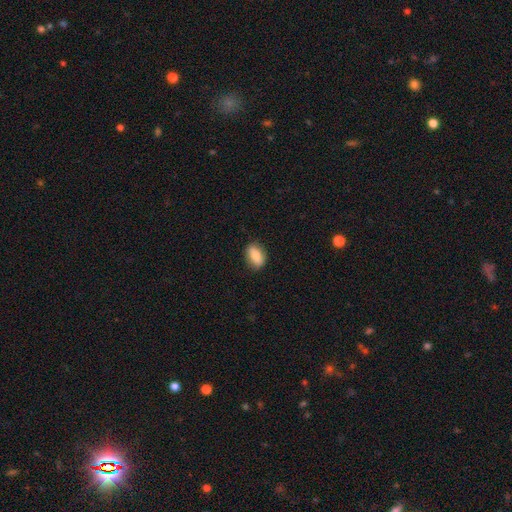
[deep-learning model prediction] A smooth galaxy with no disk features (76%) that is in between round and cigar-shaped (83%).

Vote fractions:
- Smooth or featured? smooth: 76% / featured or disk: 17% / star or artifact: 7%
- How rounded? in between: 83% / round: 12% / cigar-shaped: 5%
- Merging? none: 85% / minor disturbance: 12% / major disturbance: 2% / merger: 1%